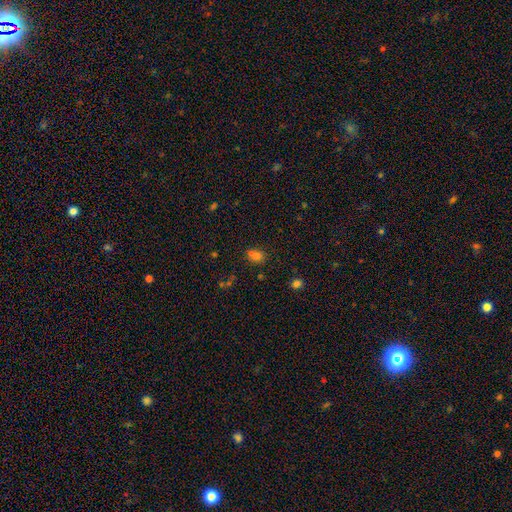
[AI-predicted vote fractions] smooth_or_featured: smooth (p=0.68) [alt: star or artifact p=0.21]
how_rounded: round (p=0.64) [alt: in between p=0.35]
merging: none (p=0.45) [alt: merger p=0.41]